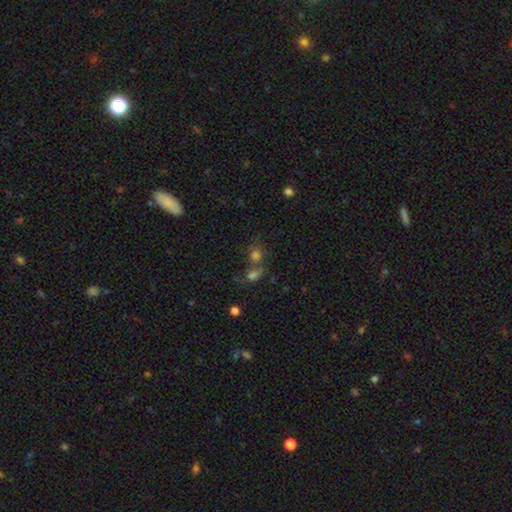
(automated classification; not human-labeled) Overall: smooth (66%). How rounded: round (67%; in between 30%). Merging: none (44%; merger 41%).